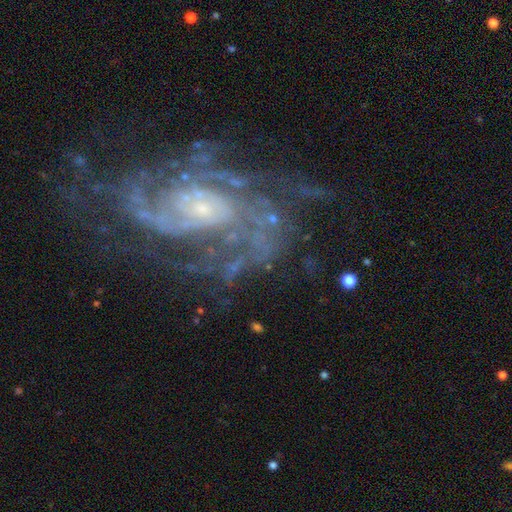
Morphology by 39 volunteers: Volunteers were most divided on "spiral arm count" (2-way tie): 2: 28%, 4: 28%, 3: 22%, can't tell: 16%, more than 4: 6%, 1: 0%. More confident: spiral arms — yes (100%); smooth or featured — featured or disk (92%); edge-on disk — no (89%); bulge size — small (81%); merging — none (69%); bar — no (69%); spiral winding — tight (69%).